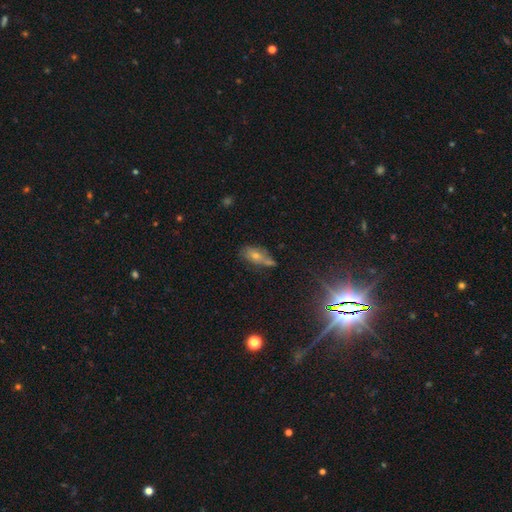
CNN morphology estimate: smooth_or_featured: smooth (p=0.40) [alt: featured or disk p=0.31]
merging: none (p=0.54) [alt: minor disturbance p=0.26]